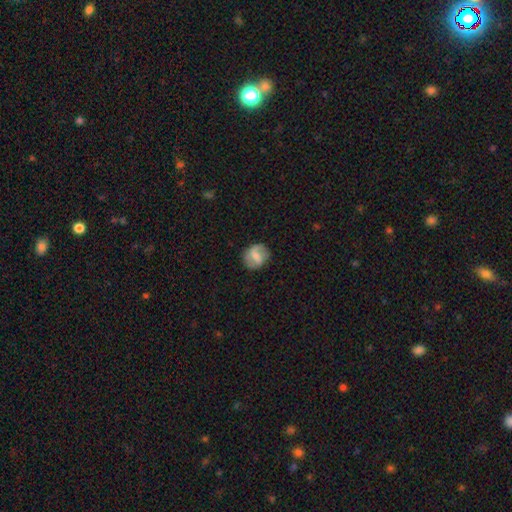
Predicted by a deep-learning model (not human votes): featured or disk 52%, smooth 41%, star or artifact 7%. Down the decision tree: edge-on disk — no (96%); merging — none (78%).